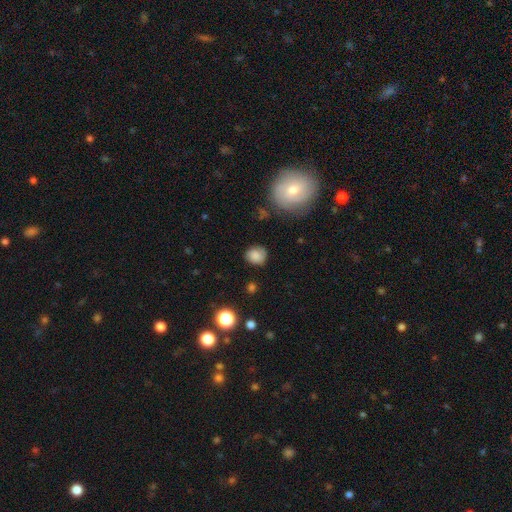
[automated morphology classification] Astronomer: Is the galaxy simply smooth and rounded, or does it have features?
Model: smooth — 73%.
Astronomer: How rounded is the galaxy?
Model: round — 71%.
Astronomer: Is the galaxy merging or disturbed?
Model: none — 72%.